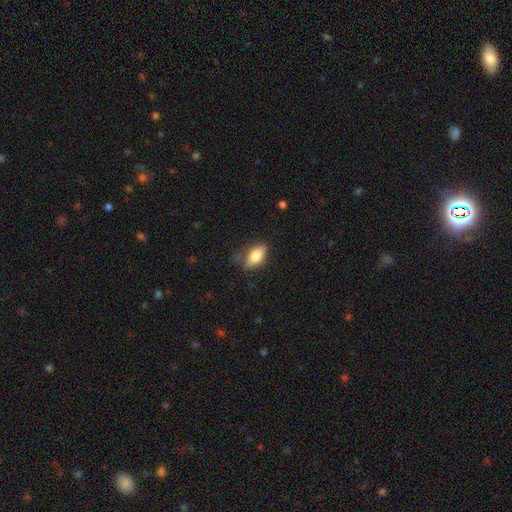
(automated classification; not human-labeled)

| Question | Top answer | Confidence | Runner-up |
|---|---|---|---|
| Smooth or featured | smooth | 77% | featured or disk (15%) |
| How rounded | in between | 87% | cigar-shaped (8%) |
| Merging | none | 68% | minor disturbance (24%) |